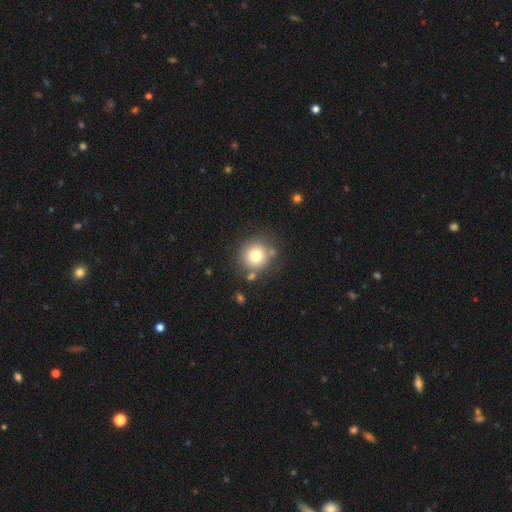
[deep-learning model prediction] smooth_or_featured: smooth (p=0.75) [alt: featured or disk p=0.13]
how_rounded: round (p=0.92) [alt: in between p=0.07]
merging: none (p=0.77) [alt: minor disturbance p=0.11]